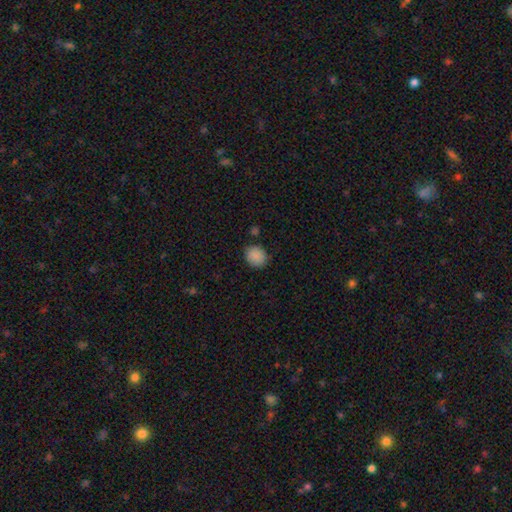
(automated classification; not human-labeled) Q: Smooth or featured?
A: smooth (88%); runner-up: star or artifact (9%)
Q: How rounded?
A: round (72%); runner-up: in between (27%)
Q: Merging?
A: none (81%); runner-up: minor disturbance (12%)